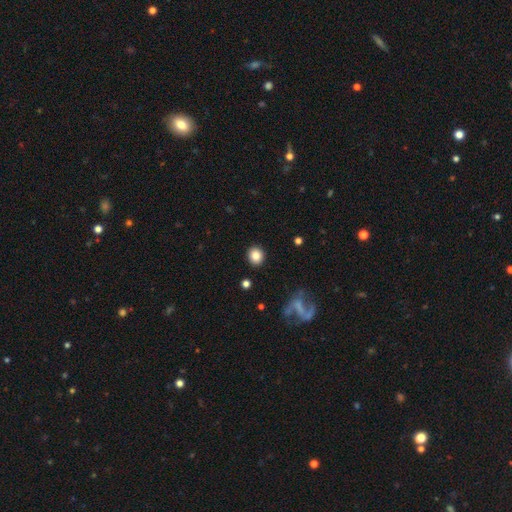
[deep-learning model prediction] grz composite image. It shows a smooth galaxy with no disk features (85%) that is round (79%). Merging: none (90%).